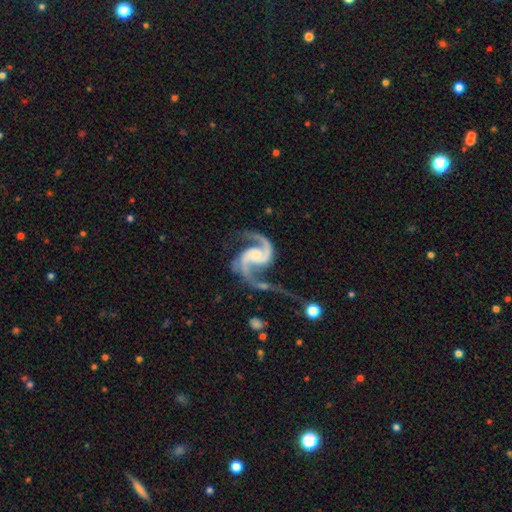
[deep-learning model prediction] Smooth or featured? featured or disk (94%)
Edge-on disk? no (99%)
Bar? no (53%)
Spiral arms? yes (98%)
Spiral winding? medium (47%)
Spiral arm count? 2 (94%)
Bulge size? small (40%)
Merging? none (47%)